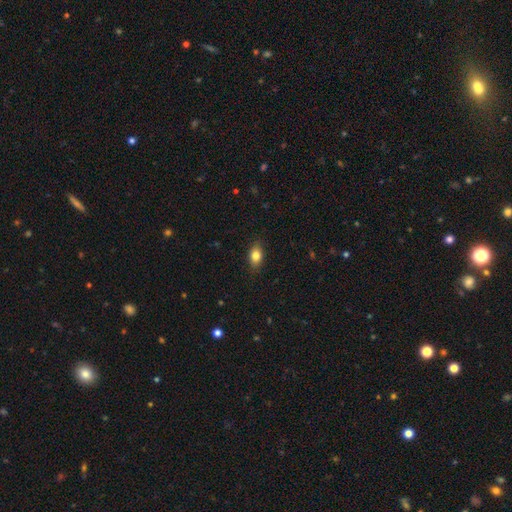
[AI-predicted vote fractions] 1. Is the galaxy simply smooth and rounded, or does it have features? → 82% smooth, 10% featured or disk, 8% star or artifact.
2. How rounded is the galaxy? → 82% in between, 14% round, 3% cigar-shaped.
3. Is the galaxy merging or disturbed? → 84% none, 12% minor disturbance, 2% major disturbance, 1% merger.